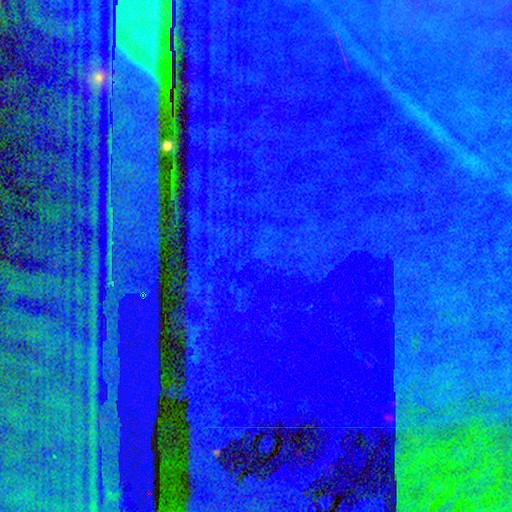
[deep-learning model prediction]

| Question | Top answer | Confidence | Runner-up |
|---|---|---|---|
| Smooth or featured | star or artifact | 87% | featured or disk (7%) |